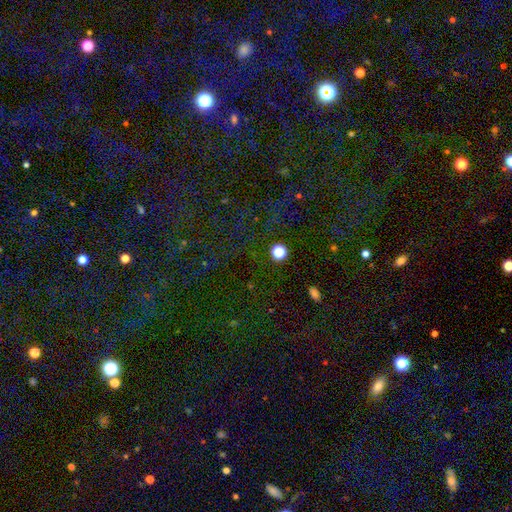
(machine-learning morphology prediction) Smooth or featured? star or artifact (70%)